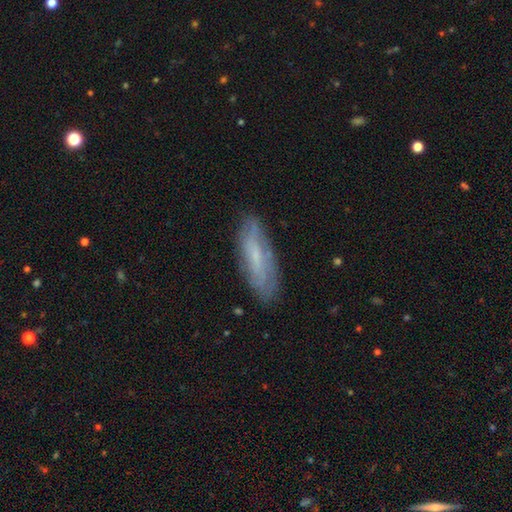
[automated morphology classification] This appears to be a smooth galaxy with no disk features (46%, tied with featured or disk). Merging: none (78%).